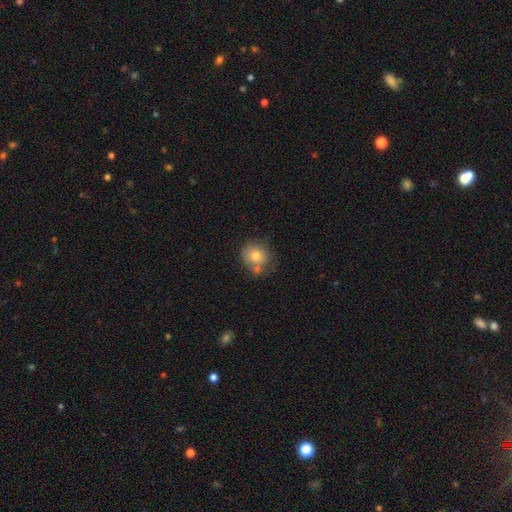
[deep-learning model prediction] smooth_or_featured: smooth (p=0.76) [alt: featured or disk p=0.15]
how_rounded: round (p=0.75) [alt: in between p=0.24]
merging: none (p=0.51) [alt: merger p=0.22]